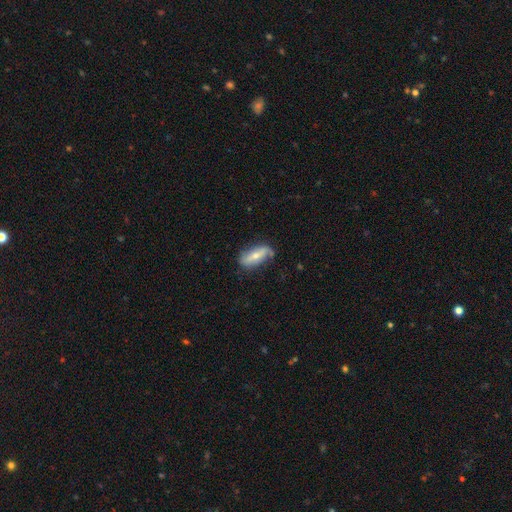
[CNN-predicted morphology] A featured or disk galaxy (54%). Merging: none (67%).